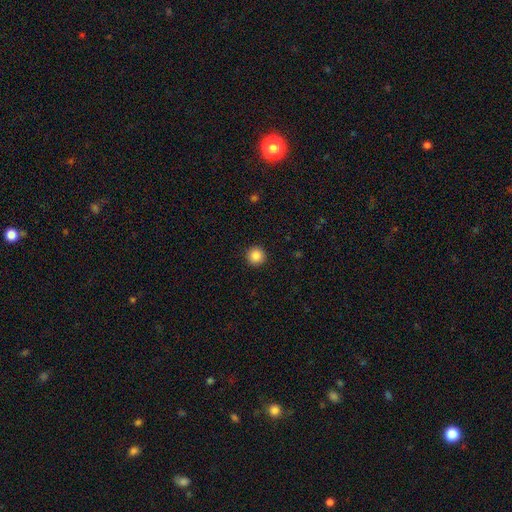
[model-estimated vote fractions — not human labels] A smooth galaxy with no disk features (87%) that is round (96%). Merging: none (93%).